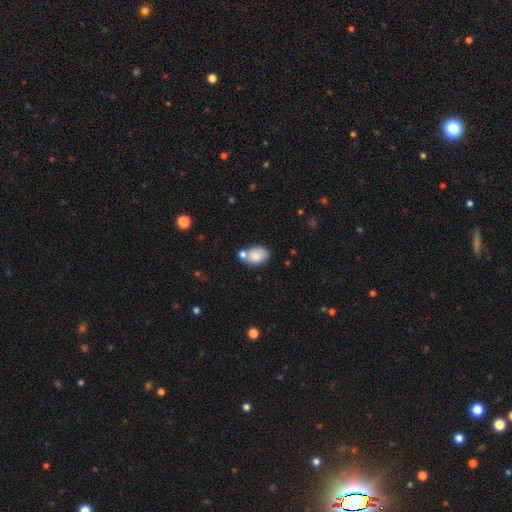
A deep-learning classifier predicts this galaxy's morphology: A smooth galaxy with no disk features (81%) that is in between round and cigar-shaped (81%).

Vote fractions:
- Smooth or featured? smooth: 81% / featured or disk: 12% / star or artifact: 8%
- How rounded? in between: 81% / round: 18% / cigar-shaped: 1%
- Merging? none: 52% / merger: 28% / minor disturbance: 16% / major disturbance: 4%